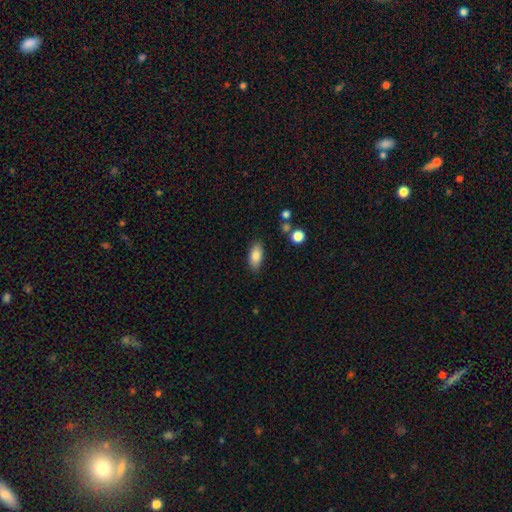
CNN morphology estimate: This is clearly a smooth galaxy (84%). How rounded: clearly in between (87%). Merging: clearly none (84%).